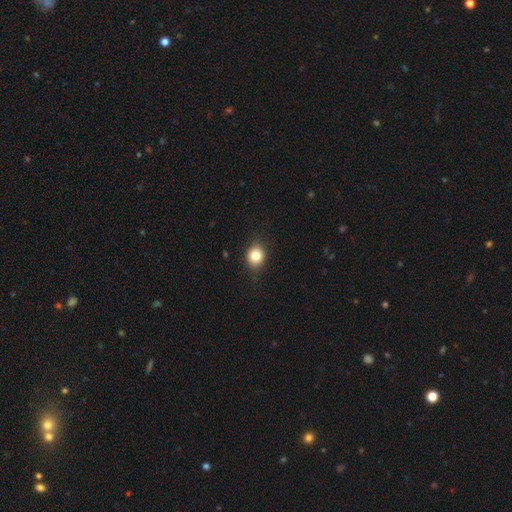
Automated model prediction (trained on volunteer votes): Smooth or featured? smooth (80%)
How rounded? round (67%)
Merging? none (81%)